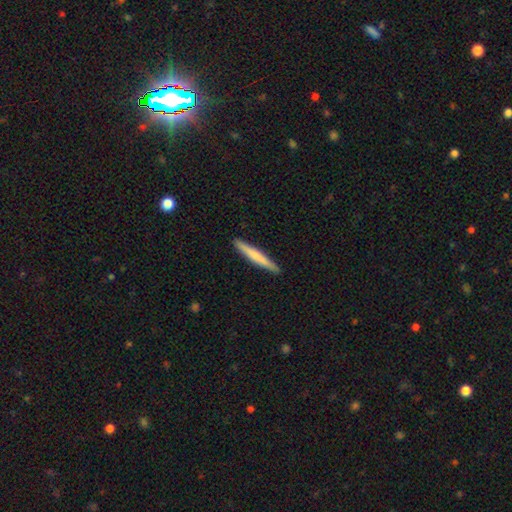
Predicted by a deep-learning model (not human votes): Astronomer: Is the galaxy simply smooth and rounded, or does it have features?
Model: smooth — 65%.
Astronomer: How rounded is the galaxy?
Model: cigar-shaped — 96%.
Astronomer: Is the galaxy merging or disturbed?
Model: none — 91%.